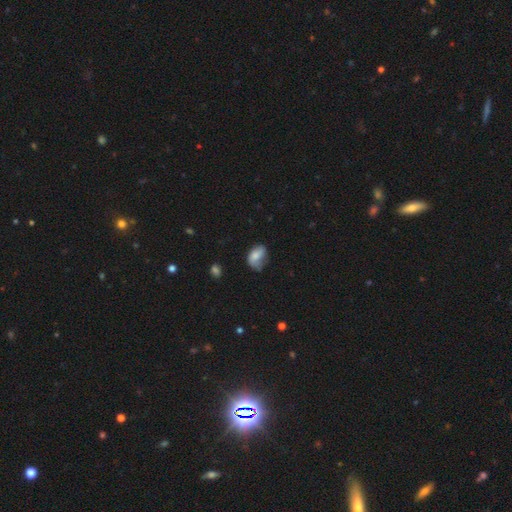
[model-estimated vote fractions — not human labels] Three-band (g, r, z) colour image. It shows a smooth galaxy with no disk features (71%) that is in between round and cigar-shaped (84%). Merging: minor disturbance (40%).